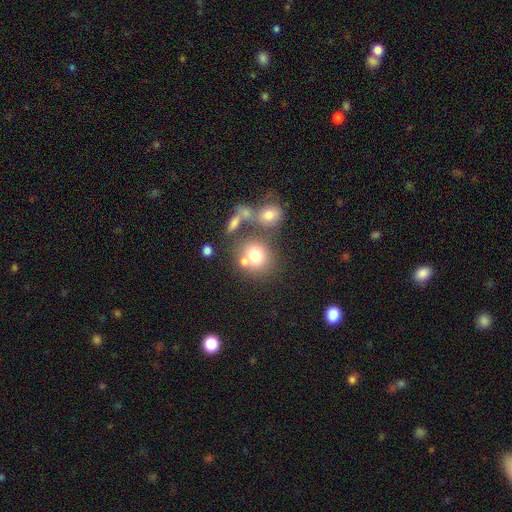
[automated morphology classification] This is likely a smooth galaxy (73%). How rounded: likely round (74%). Merging: possibly none (49%).